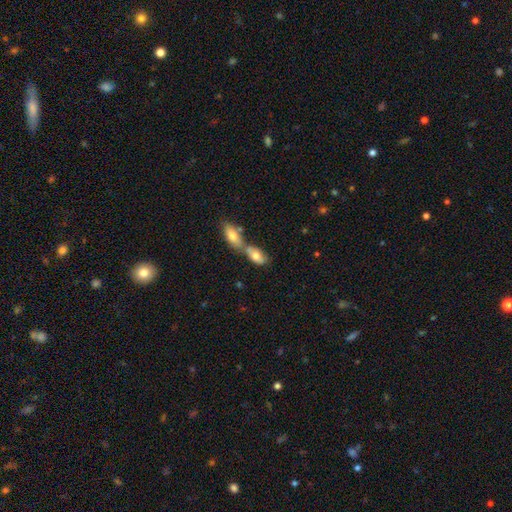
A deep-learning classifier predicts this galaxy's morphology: Smooth or featured?
  - smooth: 76% *
  - featured or disk: 17%
  - star or artifact: 7%
How rounded?
  - in between: 87% *
  - cigar-shaped: 9%
  - round: 4%
Merging?
  - merger: 59% *
  - none: 29%
  - minor disturbance: 9%
  - major disturbance: 3%